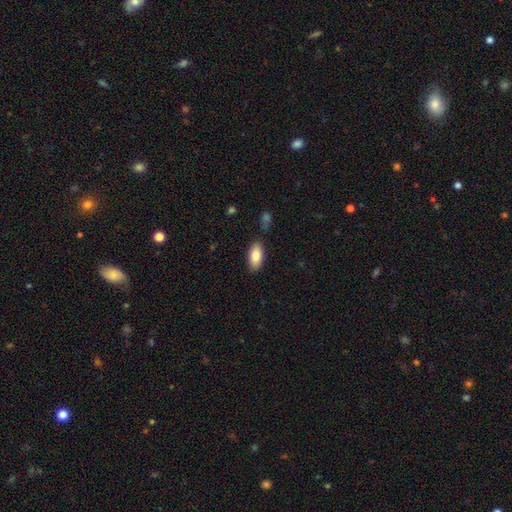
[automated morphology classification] Q: Smooth or featured?
A: smooth (85%); runner-up: featured or disk (8%)
Q: How rounded?
A: in between (91%); runner-up: cigar-shaped (7%)
Q: Merging?
A: none (82%); runner-up: minor disturbance (12%)